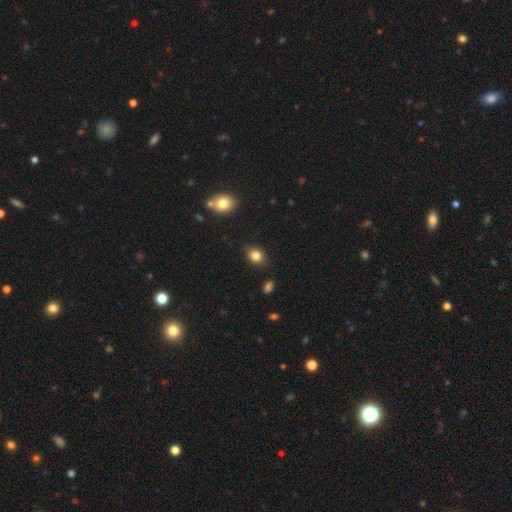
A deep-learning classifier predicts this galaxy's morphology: Q: Smooth or featured?
A: smooth (83%); runner-up: star or artifact (10%)
Q: How rounded?
A: in between (57%); runner-up: round (41%)
Q: Merging?
A: none (78%); runner-up: minor disturbance (17%)